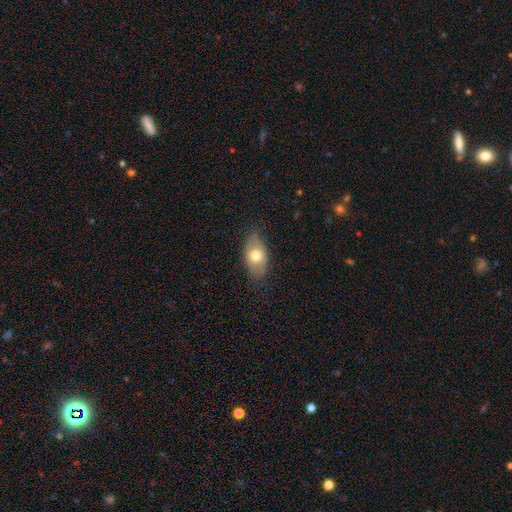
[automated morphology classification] Smooth or featured: smooth — 66% (featured or disk — 27%)
How rounded: in between — 90% (round — 7%)
Merging: none — 79% (minor disturbance — 16%)